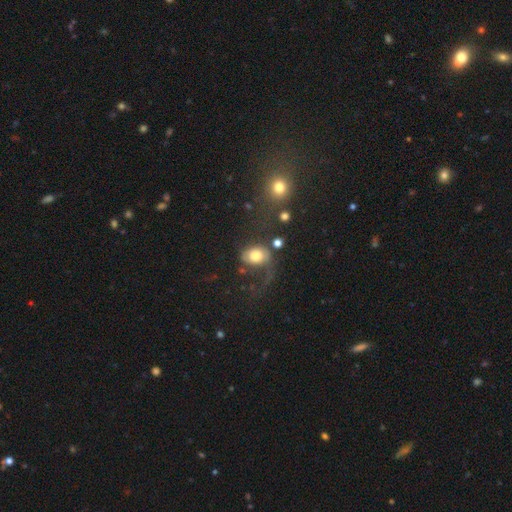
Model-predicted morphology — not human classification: Overall: smooth (65%; featured or disk 26%). How rounded: in between (61%; round 37%). Merging: major disturbance (38%; none 35%).